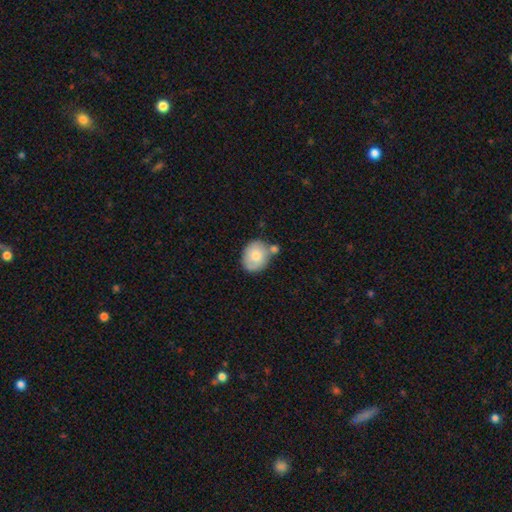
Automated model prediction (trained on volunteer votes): smooth_or_featured: smooth (p=0.74) [alt: featured or disk p=0.19]
how_rounded: round (p=0.59) [alt: in between p=0.41]
merging: none (p=0.54) [alt: merger p=0.21]